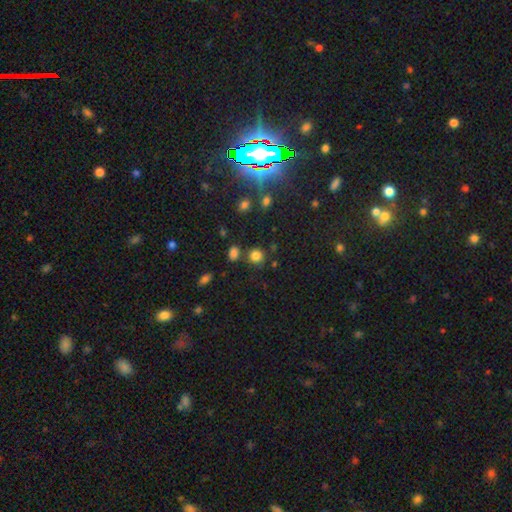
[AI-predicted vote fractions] A smooth galaxy with no disk features (80%) that is round (86%). Merging: none (75%).